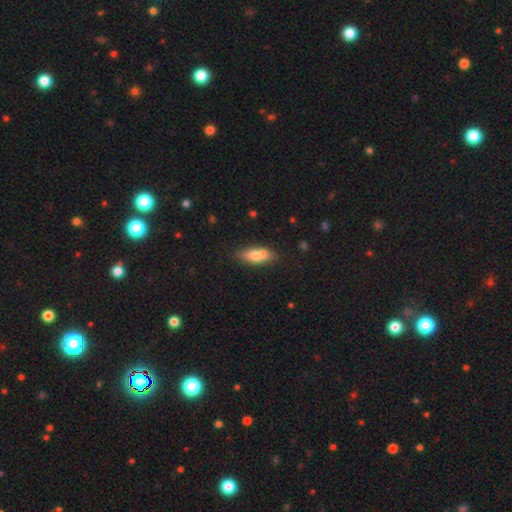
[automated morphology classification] Smooth or featured: smooth — 69% (featured or disk — 23%)
How rounded: in between — 69% (cigar-shaped — 27%)
Merging: none — 59% (merger — 20%)